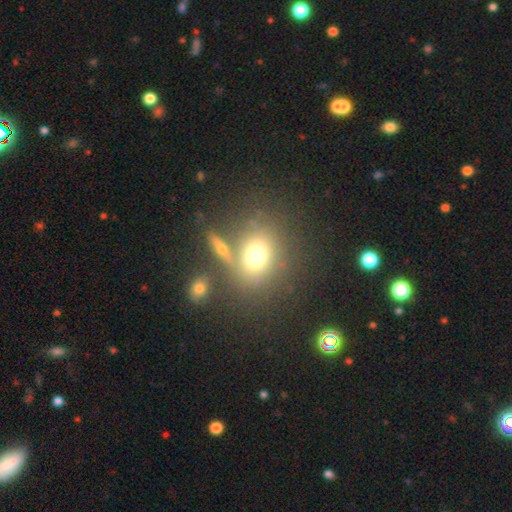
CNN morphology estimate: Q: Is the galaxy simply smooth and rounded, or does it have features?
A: smooth — 70%.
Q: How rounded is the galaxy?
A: round — 65%.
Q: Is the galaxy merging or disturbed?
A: none — 63%.